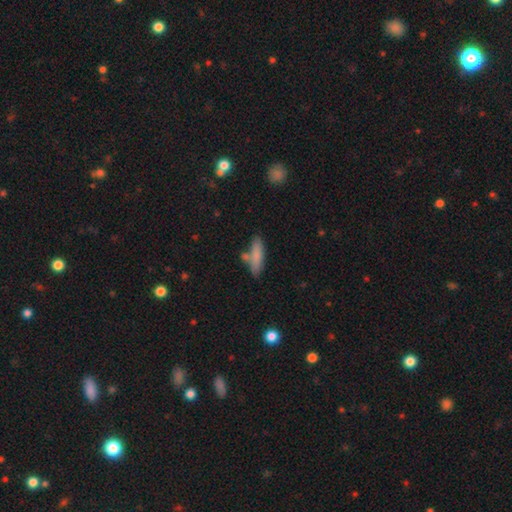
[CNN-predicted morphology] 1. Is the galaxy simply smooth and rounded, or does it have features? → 80% smooth, 13% featured or disk, 7% star or artifact.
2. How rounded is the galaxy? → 65% cigar-shaped, 33% in between, 2% round.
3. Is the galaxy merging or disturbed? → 66% none, 16% minor disturbance, 14% merger, 4% major disturbance.